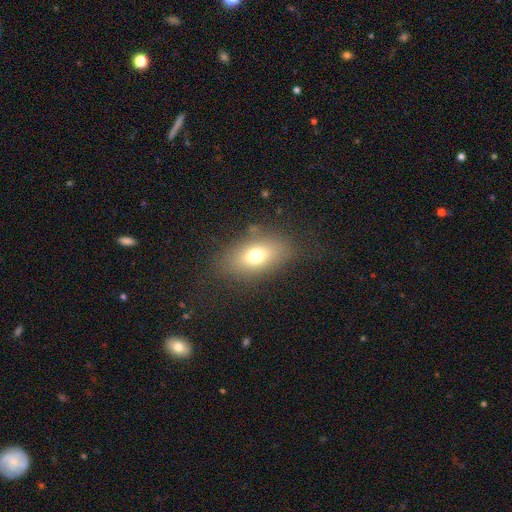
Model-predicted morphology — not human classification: Smooth or featured? smooth (71%)
How rounded? in between (82%)
Merging? none (78%)